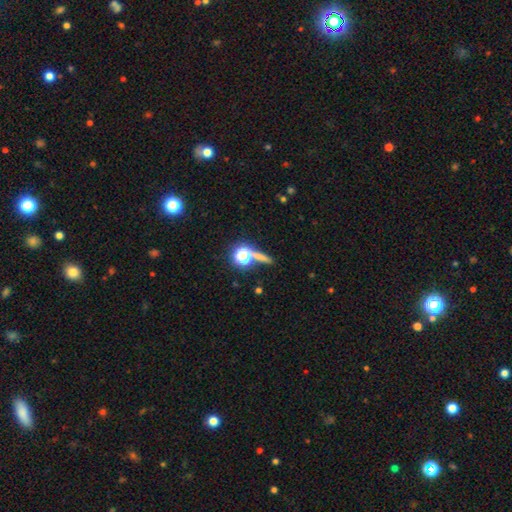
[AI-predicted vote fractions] A smooth galaxy with no disk features (45%).

Vote fractions:
- Smooth or featured? smooth: 45% / star or artifact: 37% / featured or disk: 18%
- Merging? none: 68% / merger: 15% / minor disturbance: 10% / major disturbance: 7%